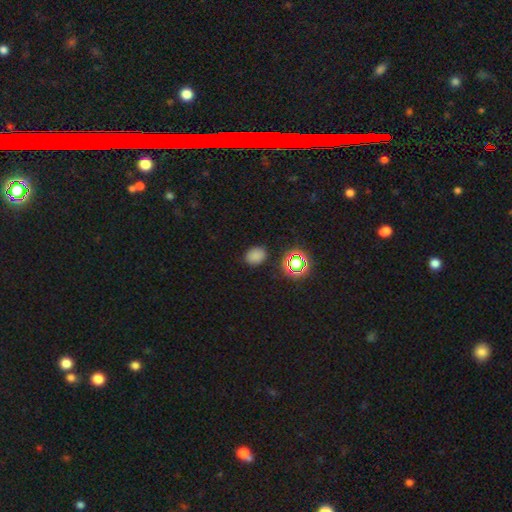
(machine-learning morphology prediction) The model was most divided on "how rounded": in between: 56%, round: 43%, cigar-shaped: 1%. More confident: merging — none (85%); smooth or featured — smooth (75%).